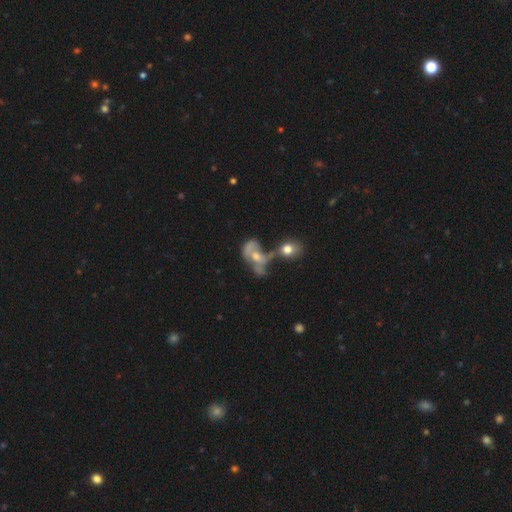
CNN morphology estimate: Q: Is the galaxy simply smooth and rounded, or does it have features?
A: featured or disk — 49%.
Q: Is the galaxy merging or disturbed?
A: merger — 45%.